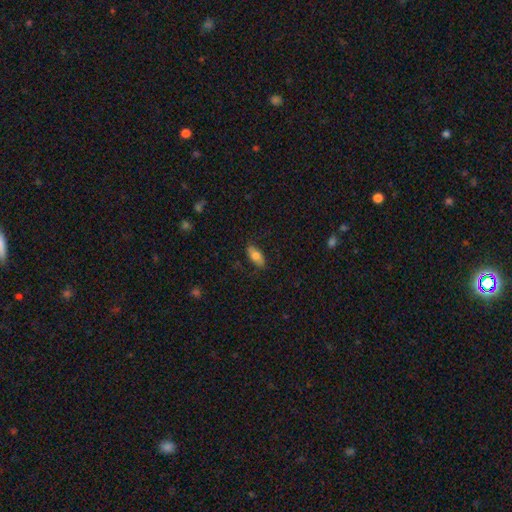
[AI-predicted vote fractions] Smooth or featured? Predicted: smooth (p=0.71). How rounded? Predicted: in between (p=0.83). Merging? Predicted: none (p=0.81).